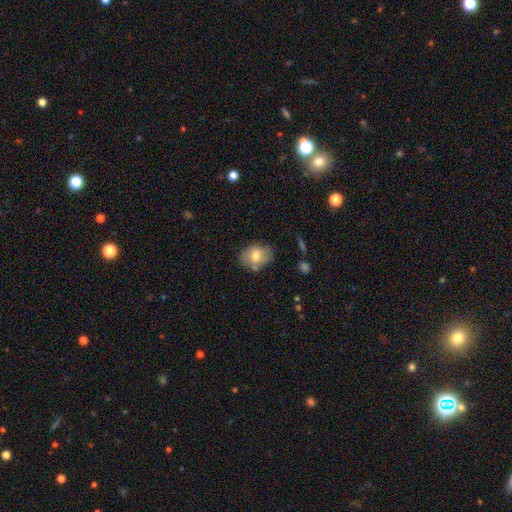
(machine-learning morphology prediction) Smooth or featured?
  - smooth: 71% *
  - featured or disk: 20%
  - star or artifact: 8%
How rounded?
  - in between: 68% *
  - round: 31%
  - cigar-shaped: 1%
Merging?
  - none: 75% *
  - minor disturbance: 17%
  - merger: 4%
  - major disturbance: 4%